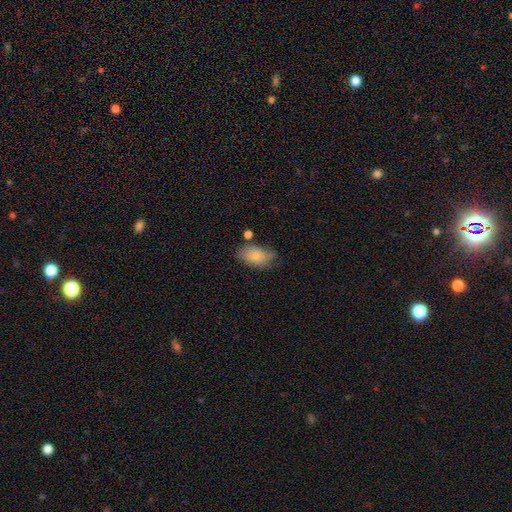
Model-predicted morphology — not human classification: Q: Smooth or featured?
A: smooth (76%); runner-up: featured or disk (17%)
Q: How rounded?
A: in between (91%); runner-up: round (8%)
Q: Merging?
A: none (51%); runner-up: minor disturbance (30%)